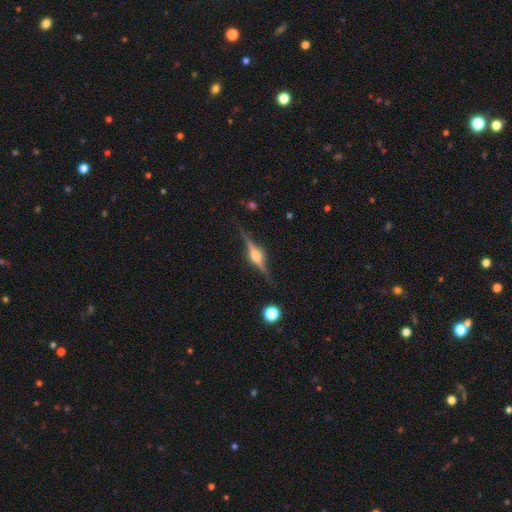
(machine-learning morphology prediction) This appears to be a featured or disk galaxy (87%) viewed edge-on (98%) with a rounded central bulge (91%). Merging: none (87%).